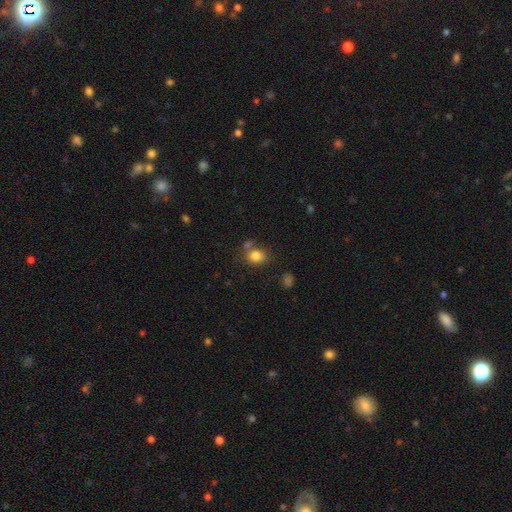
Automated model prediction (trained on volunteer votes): A smooth galaxy with no disk features (82%) that is round (53%). Merging: none (64%).